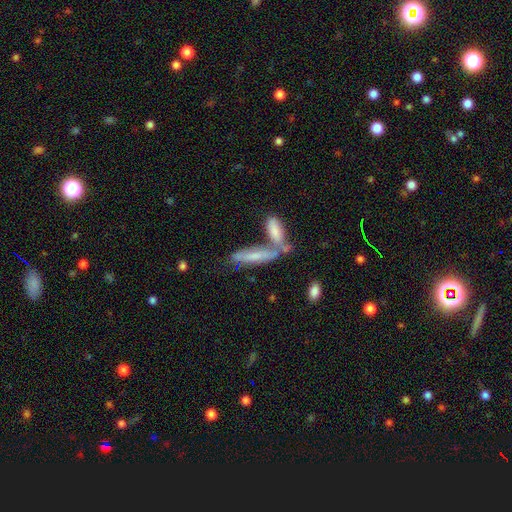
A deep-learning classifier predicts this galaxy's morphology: This is likely a smooth galaxy (61%). How rounded: likely cigar-shaped (71%). Merging: possibly merger (46%).